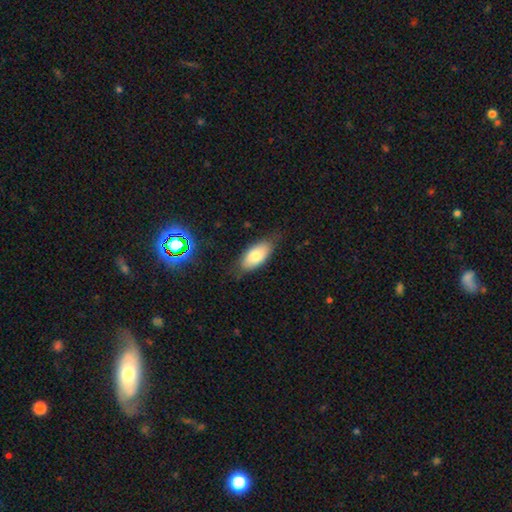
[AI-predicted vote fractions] The model was most divided on "merging": none: 74%, minor disturbance: 20%, major disturbance: 5%, merger: 2%. More confident: how rounded — in between (91%); smooth or featured — smooth (77%).